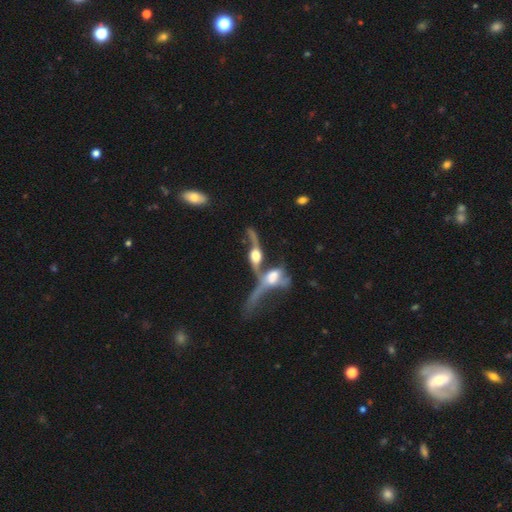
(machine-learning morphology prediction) The model was most divided on "edge-on disk": no: 53%, yes: 47%. More confident: smooth or featured — featured or disk (83%); merging — merger (57%).